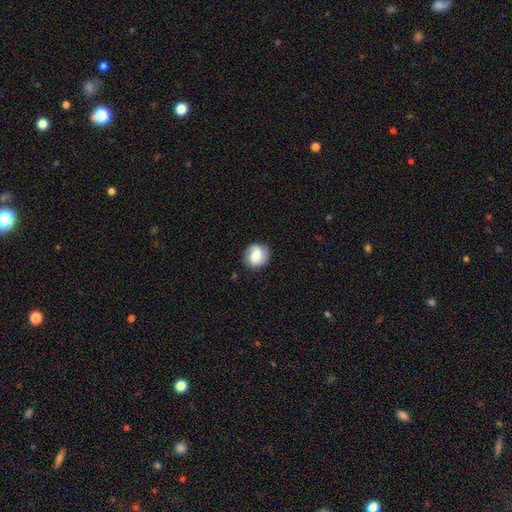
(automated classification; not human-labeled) A smooth galaxy with no disk features (61%) that is round (83%). Merging: none (82%).